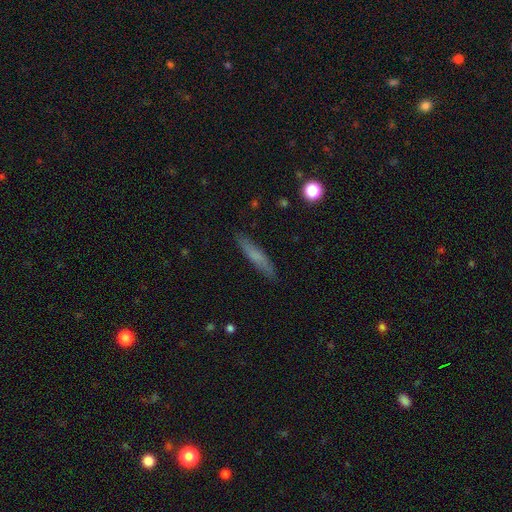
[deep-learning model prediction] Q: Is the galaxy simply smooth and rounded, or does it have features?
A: smooth — 65%.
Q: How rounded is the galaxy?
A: cigar-shaped — 89%.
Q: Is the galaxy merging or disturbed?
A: none — 86%.